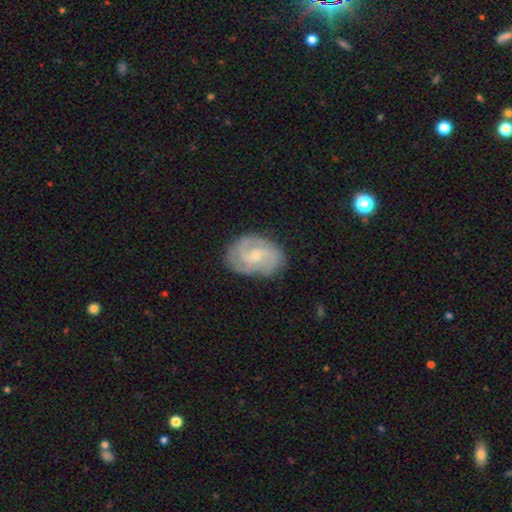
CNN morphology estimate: Smooth or featured? featured or disk (80%)
Edge-on disk? no (97%)
Bar? no (57%)
Spiral arms? yes (95%)
Spiral winding? tight (52%)
Spiral arm count? 2 (39%)
Bulge size? small (58%)
Merging? none (78%)